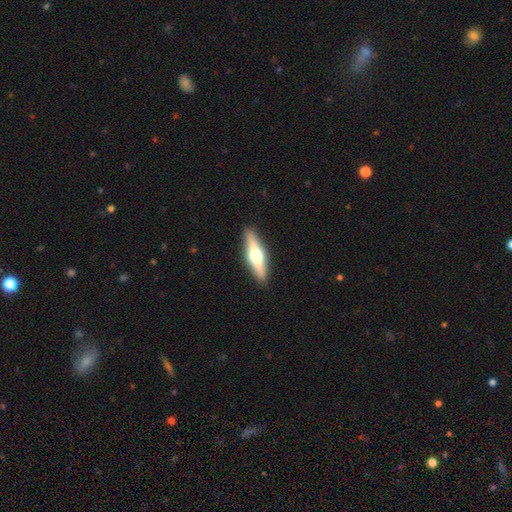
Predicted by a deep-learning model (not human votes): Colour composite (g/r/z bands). It shows a featured or disk galaxy (52%) viewed edge-on (93%). Merging: none (90%).